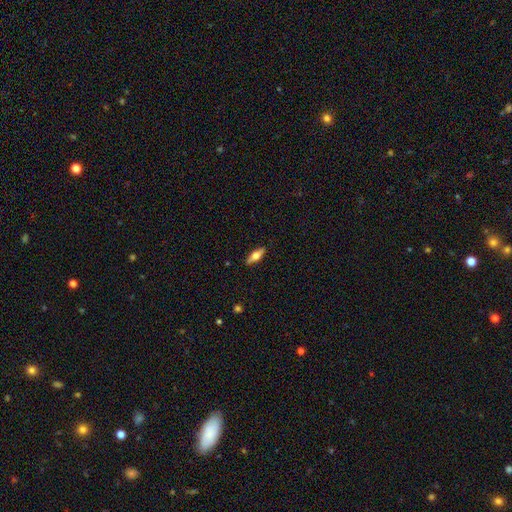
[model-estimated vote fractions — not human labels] Q: Smooth or featured?
A: smooth (47%); tied with: featured or disk (47%)
Q: Merging?
A: none (89%); runner-up: minor disturbance (8%)